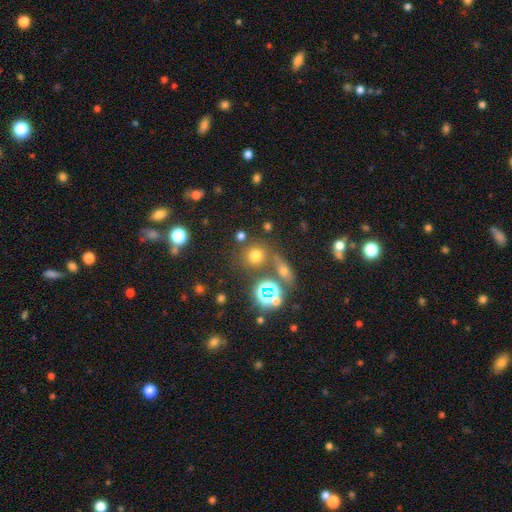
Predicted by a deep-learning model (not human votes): This appears to be a smooth galaxy with no disk features (66%) that is round (88%). Merging: none (72%).